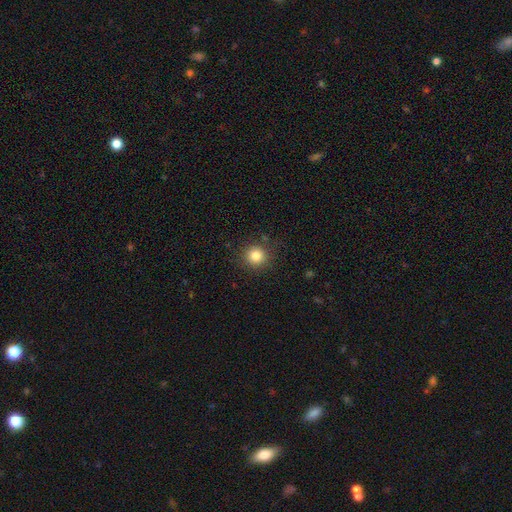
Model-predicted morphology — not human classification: type=smooth (82%); roundness=round (93%); merging=none (88%).